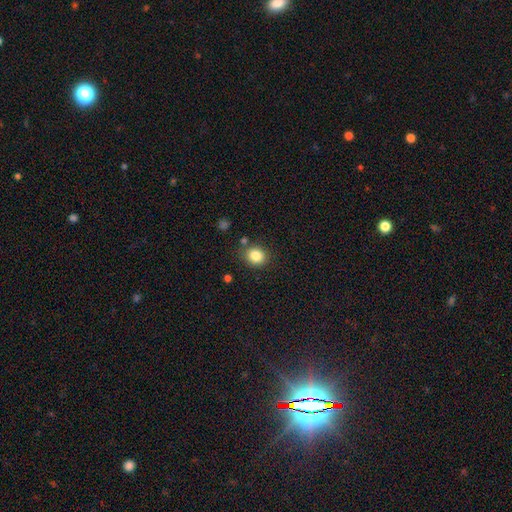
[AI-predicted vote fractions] The model was most divided on "how rounded": round: 71%, in between: 28%, cigar-shaped: 1%. More confident: smooth or featured — smooth (84%); merging — none (80%).